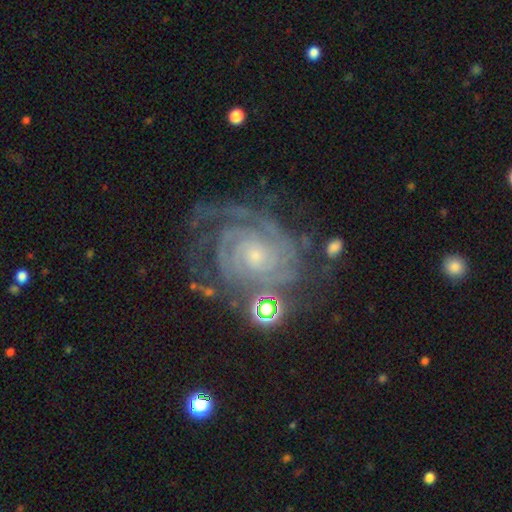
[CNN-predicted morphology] Smooth or featured? Predicted: featured or disk (p=0.89). Edge-on disk? Predicted: no (p=0.97). Bar? Predicted: no (p=0.74). Spiral arms? Predicted: yes (p=0.98). Spiral winding? Predicted: tight (p=0.79). Spiral arm count? Predicted: 2 (p=0.27). Bulge size? Predicted: small (p=0.74). Merging? Predicted: none (p=0.64).